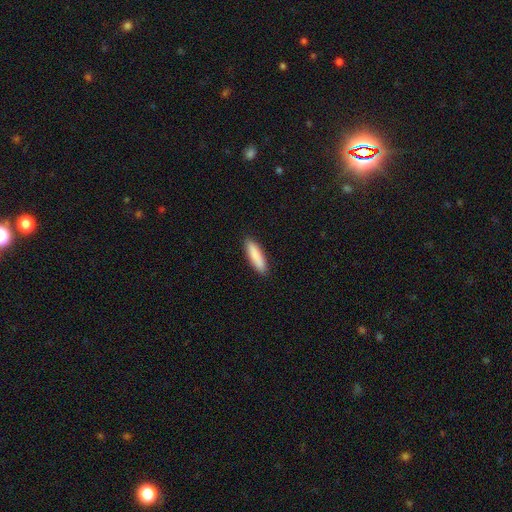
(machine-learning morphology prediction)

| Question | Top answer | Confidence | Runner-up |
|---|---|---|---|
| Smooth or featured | smooth | 88% | featured or disk (7%) |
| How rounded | cigar-shaped | 70% | in between (29%) |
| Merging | none | 91% | minor disturbance (7%) |